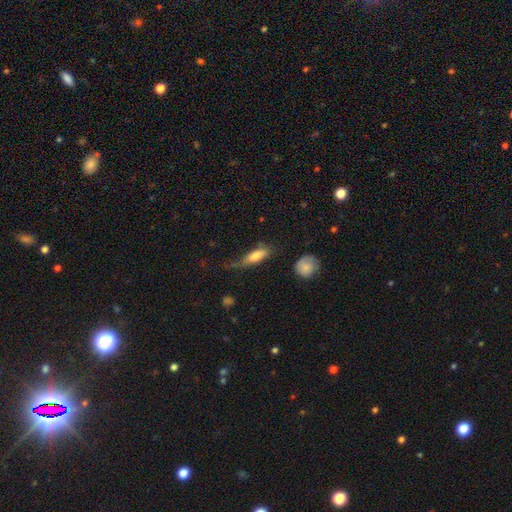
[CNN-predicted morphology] Smooth or featured? Predicted: smooth (p=0.76). How rounded? Predicted: in between (p=0.54). Merging? Predicted: none (p=0.45).